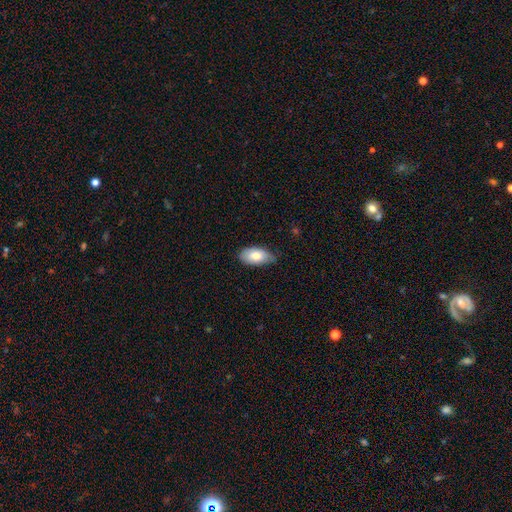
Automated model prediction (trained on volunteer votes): A smooth galaxy with no disk features (78%) that is in between round and cigar-shaped (94%).

Vote fractions:
- Smooth or featured? smooth: 78% / featured or disk: 16% / star or artifact: 6%
- How rounded? in between: 94% / round: 3% / cigar-shaped: 2%
- Merging? none: 66% / minor disturbance: 29% / major disturbance: 4% / merger: 1%